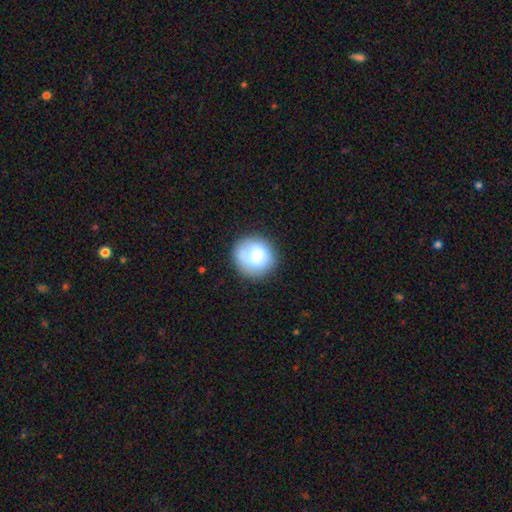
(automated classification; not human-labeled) Overall: smooth (78%). How rounded: round (88%). Merging: none (77%).